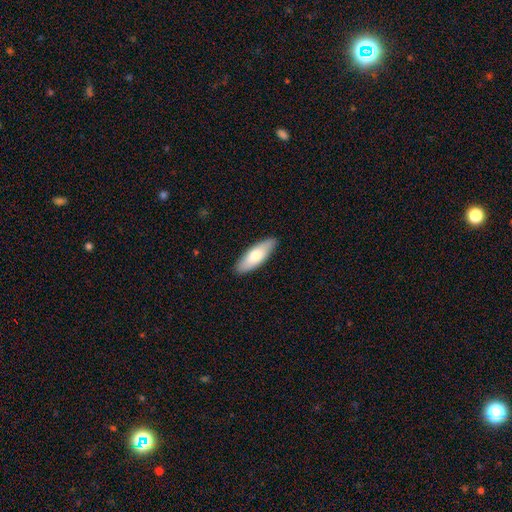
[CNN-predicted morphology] A smooth galaxy with no disk features (71%) that is in between round and cigar-shaped (60%).

Vote fractions:
- Smooth or featured? smooth: 71% / featured or disk: 24% / star or artifact: 5%
- How rounded? in between: 60% / cigar-shaped: 38% / round: 2%
- Merging? none: 88% / minor disturbance: 9% / major disturbance: 2% / merger: 1%